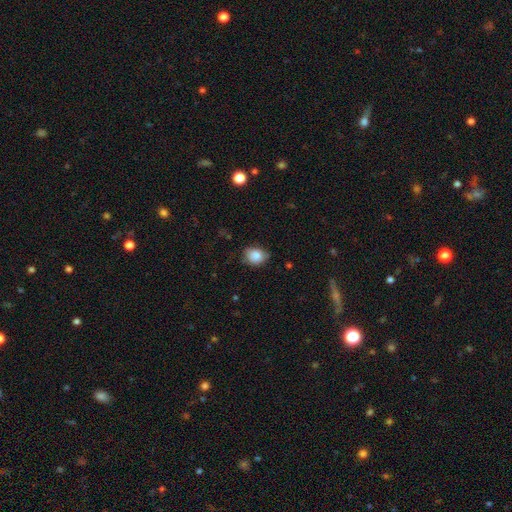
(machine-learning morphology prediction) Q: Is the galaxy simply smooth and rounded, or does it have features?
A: smooth — 85%.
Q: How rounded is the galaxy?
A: round — 55%.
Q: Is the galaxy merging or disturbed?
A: none — 68%.